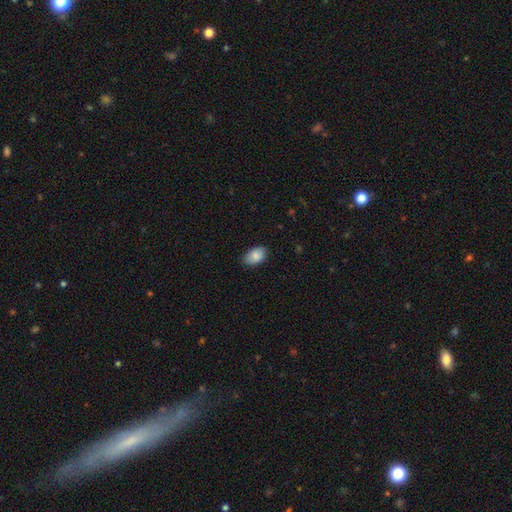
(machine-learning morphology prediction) A smooth galaxy with no disk features (85%) that is in between round and cigar-shaped (92%).

Vote fractions:
- Smooth or featured? smooth: 85% / featured or disk: 8% / star or artifact: 7%
- How rounded? in between: 92% / round: 7% / cigar-shaped: 1%
- Merging? none: 81% / minor disturbance: 16% / major disturbance: 3% / merger: 1%